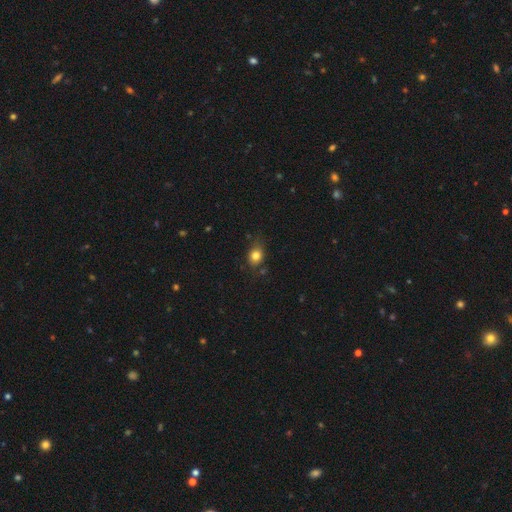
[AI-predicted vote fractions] Smooth or featured? smooth (80%)
How rounded? in between (49%, tied with round)
Merging? none (68%)